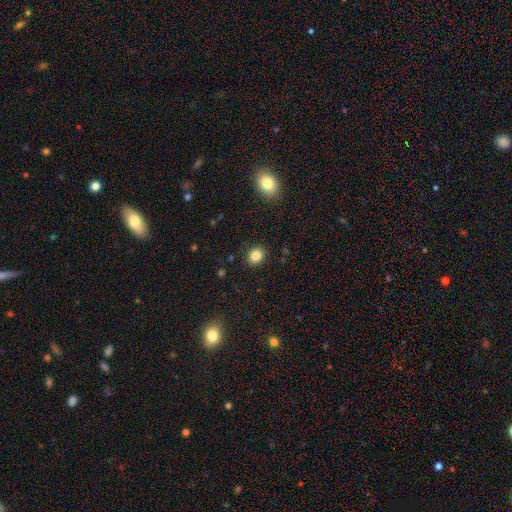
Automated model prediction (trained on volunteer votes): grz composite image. It shows a smooth galaxy with no disk features (84%) that is round (75%). Merging: none (90%).